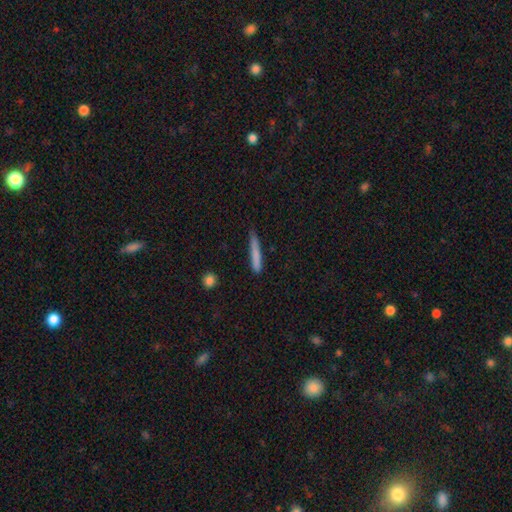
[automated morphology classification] type=smooth (78%); roundness=cigar-shaped (94%); merging=none (72%).